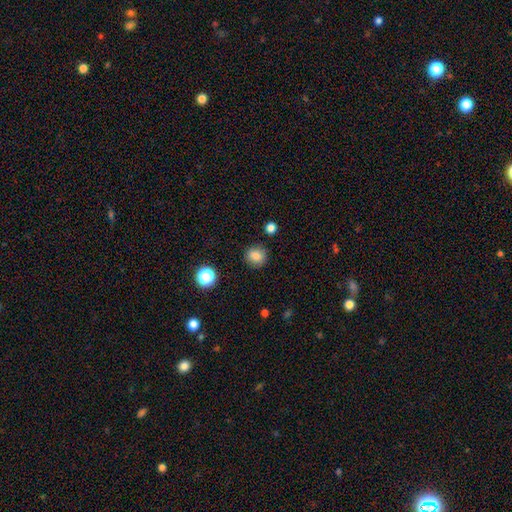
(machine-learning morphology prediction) Overall: smooth (83%). How rounded: round (86%). Merging: none (87%).